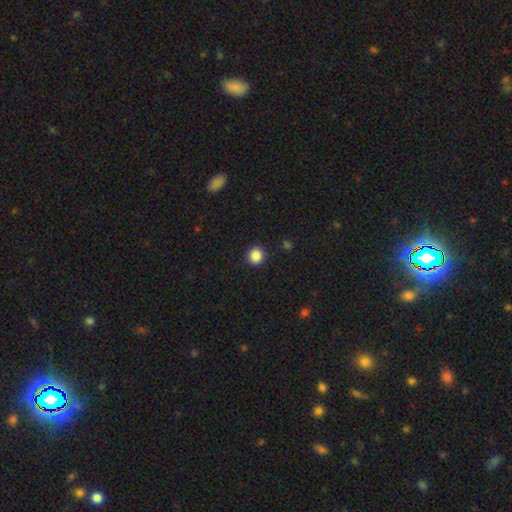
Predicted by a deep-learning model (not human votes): The model was most divided on "smooth or featured": smooth: 87%, star or artifact: 10%, featured or disk: 3%. More confident: merging — none (91%); how rounded — round (89%).